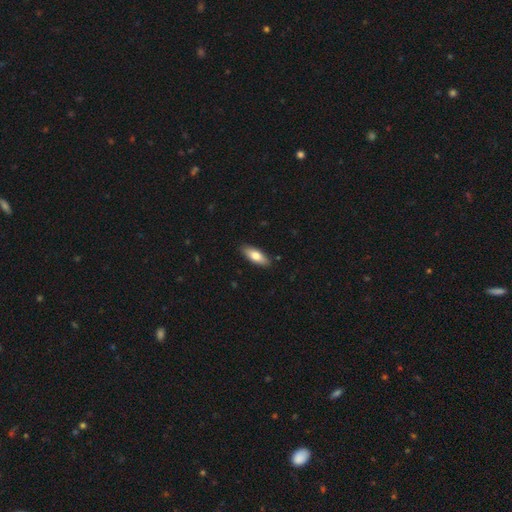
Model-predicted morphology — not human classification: Smooth or featured?
  - smooth: 75% *
  - featured or disk: 19%
  - star or artifact: 6%
How rounded?
  - in between: 72% *
  - cigar-shaped: 26%
  - round: 2%
Merging?
  - none: 88% *
  - minor disturbance: 9%
  - major disturbance: 2%
  - merger: 1%